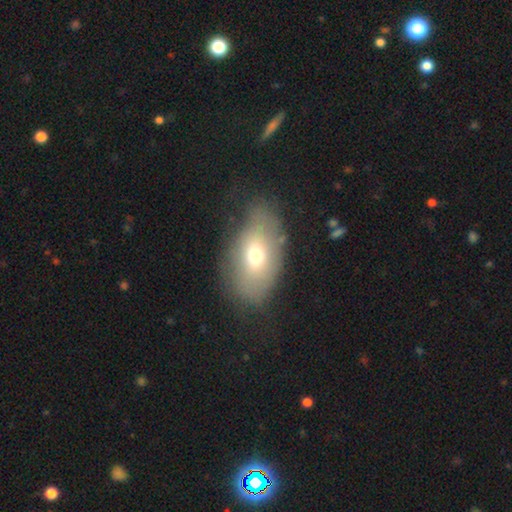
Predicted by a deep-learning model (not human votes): This is likely a smooth galaxy (63%). How rounded: clearly in between (89%). Merging: likely none (60%).